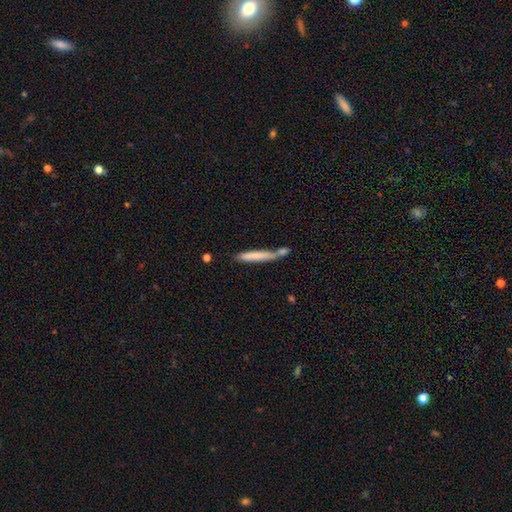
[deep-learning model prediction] smooth 69%, featured or disk 25%, star or artifact 6%. Down the decision tree: how rounded — cigar-shaped (93%); merging — none (50%).